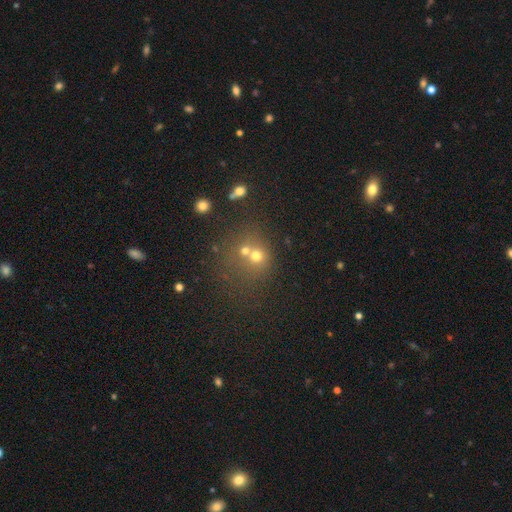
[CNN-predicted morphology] This is likely a smooth galaxy (61%). How rounded: clearly round (80%). Merging: marginally merger (44%).